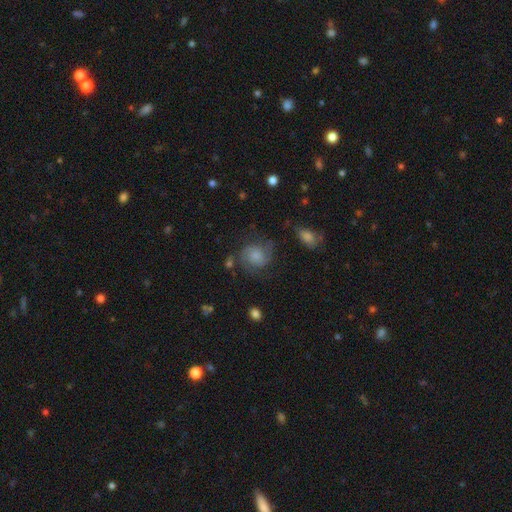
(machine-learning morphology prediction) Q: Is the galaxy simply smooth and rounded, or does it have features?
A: featured or disk — 53%.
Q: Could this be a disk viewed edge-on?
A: no — 98%.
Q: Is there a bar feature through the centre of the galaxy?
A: no — 71%.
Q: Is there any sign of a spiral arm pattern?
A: yes — 89%.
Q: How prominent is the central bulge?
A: small — 32%.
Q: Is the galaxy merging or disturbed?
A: none — 60%.